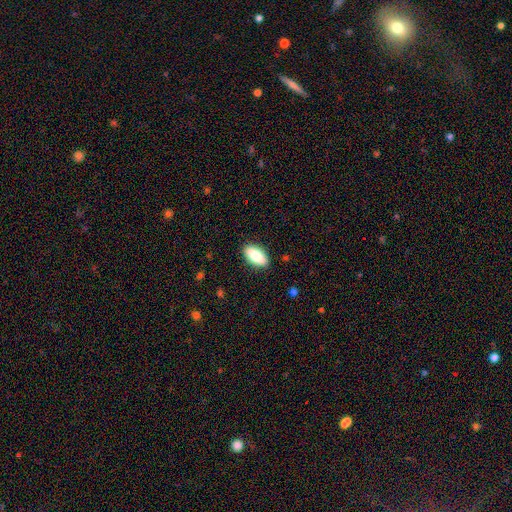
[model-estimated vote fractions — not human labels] The model was most divided on "smooth or featured": smooth: 78%, featured or disk: 16%, star or artifact: 7%. More confident: how rounded — in between (92%); merging — none (88%).